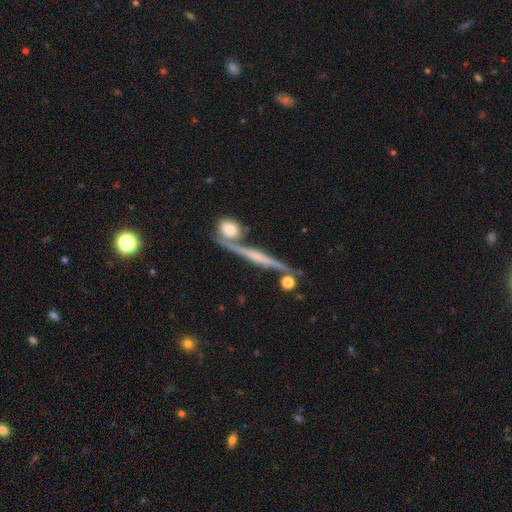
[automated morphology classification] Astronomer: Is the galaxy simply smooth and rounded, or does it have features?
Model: featured or disk — 77%.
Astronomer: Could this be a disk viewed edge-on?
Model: yes — 96%.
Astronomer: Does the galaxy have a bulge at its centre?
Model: rounded — 44% (runner-up: none, 34%).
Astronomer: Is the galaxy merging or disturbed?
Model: none — 76%.